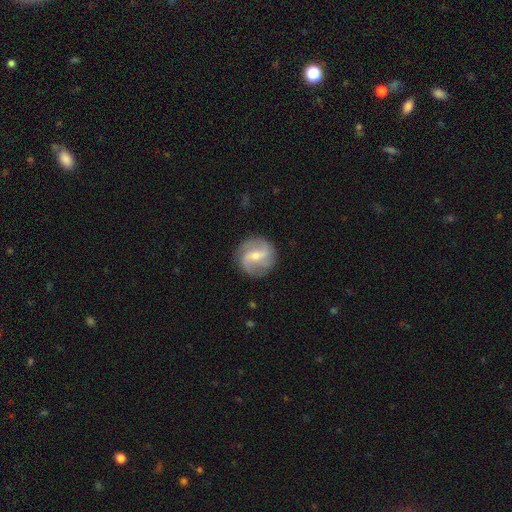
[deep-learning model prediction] Smooth or featured: featured or disk — 79% (smooth — 15%)
Edge-on disk: no — 97% (yes — 3%)
Bar: weak — 47% (strong — 33%)
Spiral arms: yes — 93% (no — 7%)
Spiral winding: medium — 41% (loose — 39%)
Spiral arm count: 2 — 75% (3 — 10%)
Bulge size: moderate — 48% (small — 47%)
Merging: none — 85% (minor disturbance — 10%)